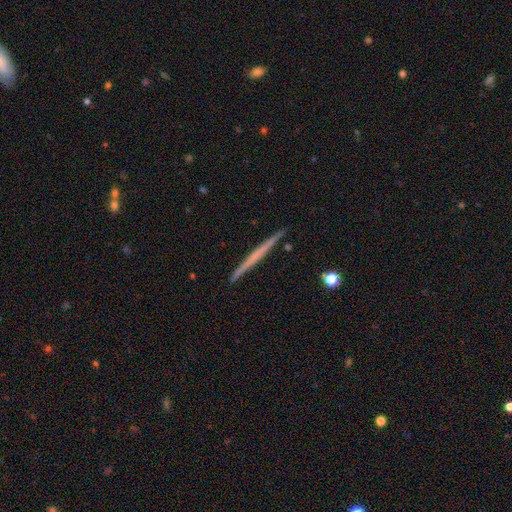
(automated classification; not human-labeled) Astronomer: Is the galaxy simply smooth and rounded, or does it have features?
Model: featured or disk — 56% (runner-up: smooth, 38%).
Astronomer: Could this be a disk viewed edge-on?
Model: yes — 98%.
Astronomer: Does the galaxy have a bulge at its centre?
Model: none — 90%.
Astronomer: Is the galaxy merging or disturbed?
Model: none — 92%.